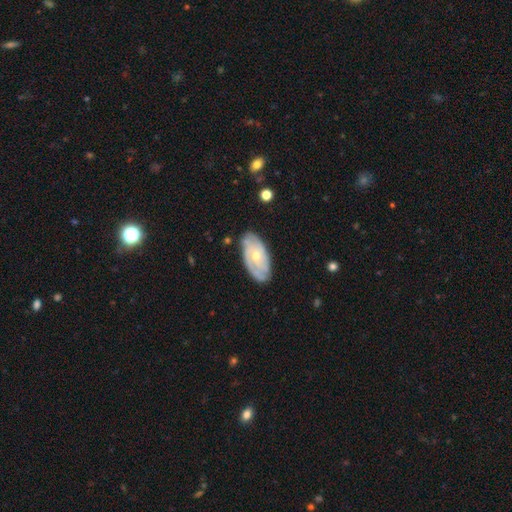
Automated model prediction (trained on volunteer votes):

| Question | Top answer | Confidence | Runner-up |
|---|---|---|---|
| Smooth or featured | featured or disk | 73% | smooth (22%) |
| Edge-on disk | no | 92% | yes (8%) |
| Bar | no | 74% | weak (21%) |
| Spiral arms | yes | 85% | no (15%) |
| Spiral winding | tight | 65% | medium (27%) |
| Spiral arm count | can't tell | 42% | 2 (26%) |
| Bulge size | small | 53% | moderate (44%) |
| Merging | none | 76% | minor disturbance (18%) |